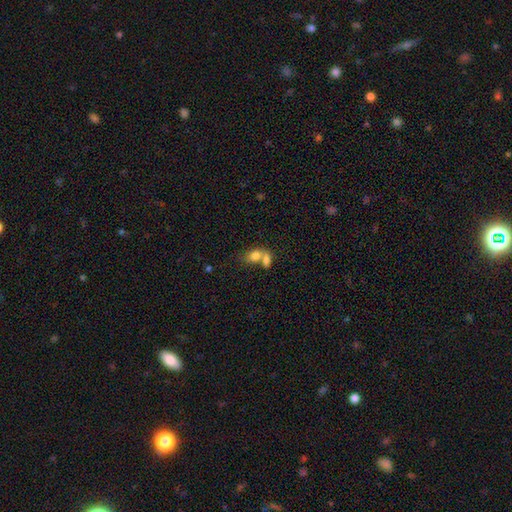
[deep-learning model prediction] Smooth or featured? smooth (78%)
How rounded? in between (77%)
Merging? merger (63%)